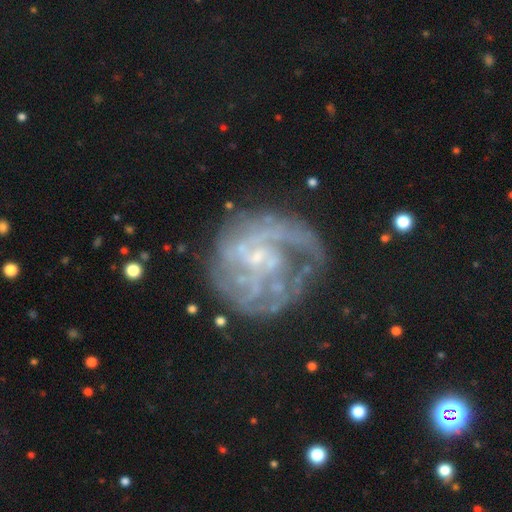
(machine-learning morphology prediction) Q: Smooth or featured?
A: featured or disk (82%); runner-up: smooth (10%)
Q: Edge-on disk?
A: no (98%); runner-up: yes (2%)
Q: Bar?
A: no (60%); runner-up: weak (33%)
Q: Spiral arms?
A: yes (82%); runner-up: no (18%)
Q: Spiral winding?
A: tight (44%); runner-up: medium (37%)
Q: Spiral arm count?
A: can't tell (38%); runner-up: 2 (21%)
Q: Bulge size?
A: small (56%); runner-up: none (27%)
Q: Merging?
A: none (59%); runner-up: major disturbance (20%)